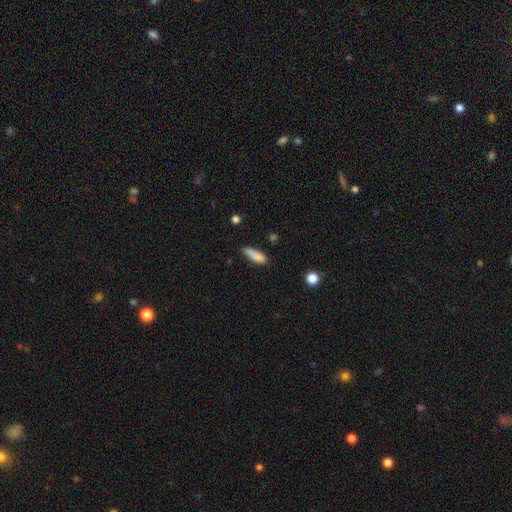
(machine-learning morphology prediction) smooth_or_featured: smooth (p=0.85) [alt: featured or disk p=0.08]
how_rounded: cigar-shaped (p=0.52) [alt: in between p=0.46]
merging: none (p=0.63) [alt: minor disturbance p=0.29]